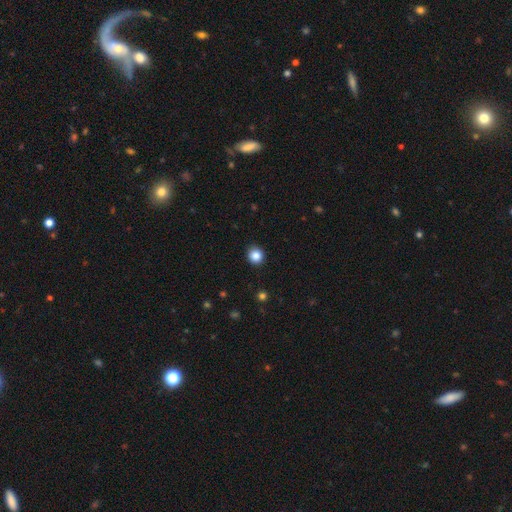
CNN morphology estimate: type=smooth (86%); roundness=round (90%); merging=none (91%).